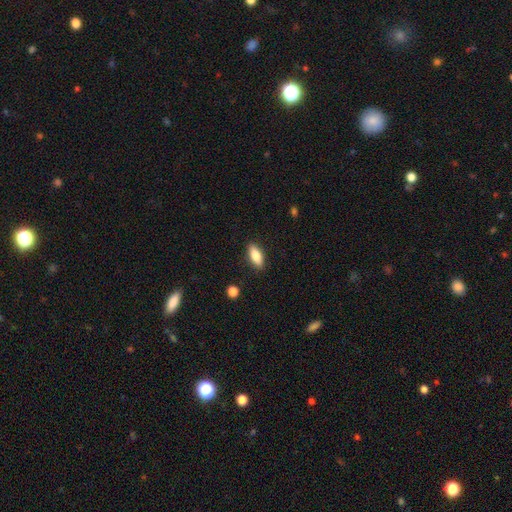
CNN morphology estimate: Q: Smooth or featured?
A: smooth (79%); runner-up: featured or disk (14%)
Q: How rounded?
A: in between (78%); runner-up: cigar-shaped (19%)
Q: Merging?
A: none (87%); runner-up: minor disturbance (9%)